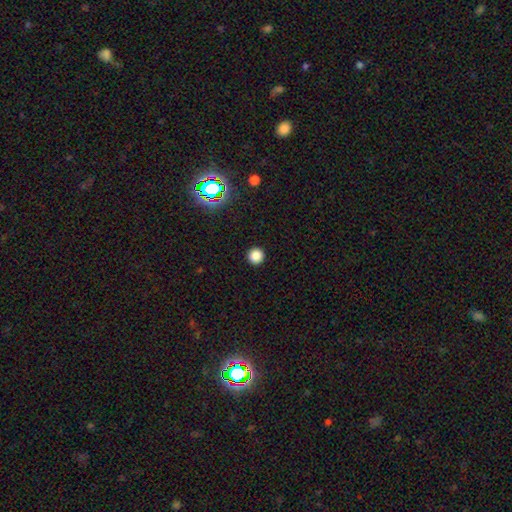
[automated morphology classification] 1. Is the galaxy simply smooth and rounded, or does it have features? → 84% smooth, 13% star or artifact, 3% featured or disk.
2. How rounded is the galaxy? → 96% round, 3% in between, 1% cigar-shaped.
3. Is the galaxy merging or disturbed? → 93% none, 4% minor disturbance, 2% major disturbance, 1% merger.